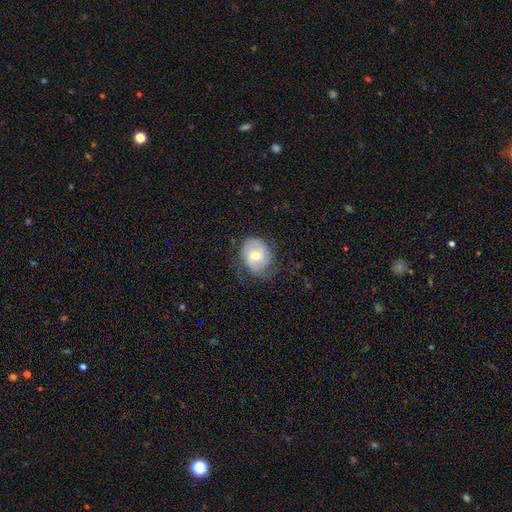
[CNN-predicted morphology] Smooth or featured? Predicted: featured or disk (p=0.50). Merging? Predicted: none (p=0.61).